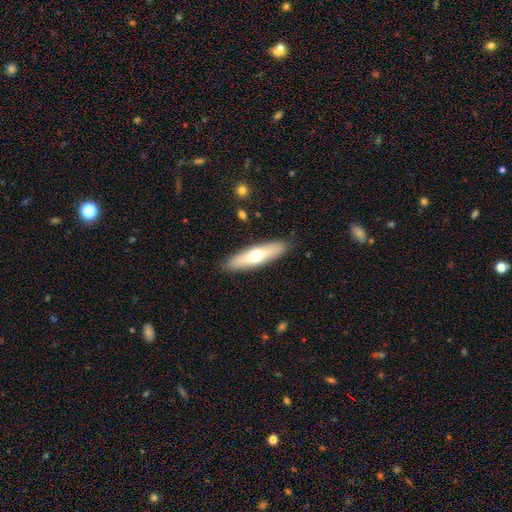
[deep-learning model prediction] Morphology: type=smooth (58%); roundness=cigar-shaped (68%); merging=none (89%).